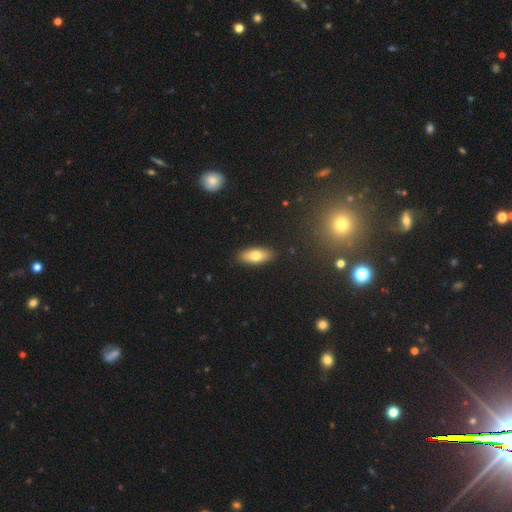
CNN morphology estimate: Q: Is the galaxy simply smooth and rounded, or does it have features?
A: smooth — 73%.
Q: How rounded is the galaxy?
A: in between — 82%.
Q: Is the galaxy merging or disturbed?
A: none — 89%.